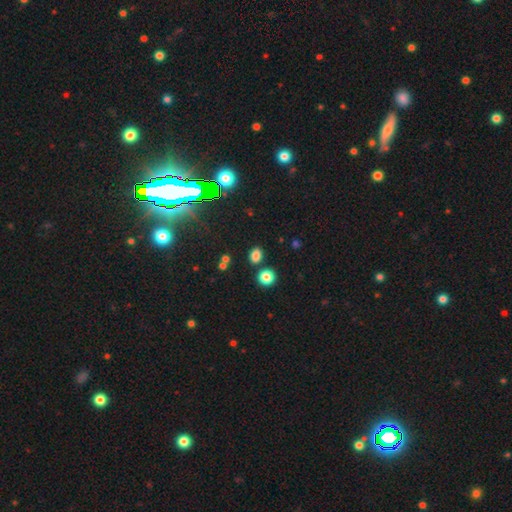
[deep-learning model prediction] The model was most divided on "how rounded": in between: 60%, round: 38%, cigar-shaped: 1%. More confident: merging — none (78%); smooth or featured — smooth (77%).